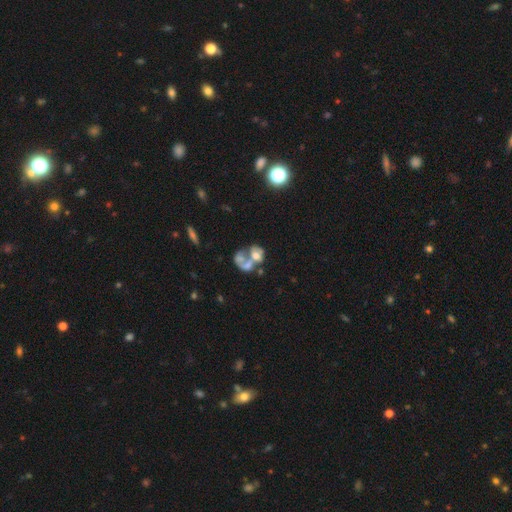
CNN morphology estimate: Q: Smooth or featured?
A: featured or disk (52%); runner-up: smooth (35%)
Q: Edge-on disk?
A: no (98%); runner-up: yes (2%)
Q: Bar?
A: no (88%); runner-up: weak (9%)
Q: Spiral arms?
A: no (82%); runner-up: yes (18%)
Q: Bulge size?
A: none (36%); runner-up: moderate (33%)
Q: Merging?
A: merger (65%); runner-up: major disturbance (16%)